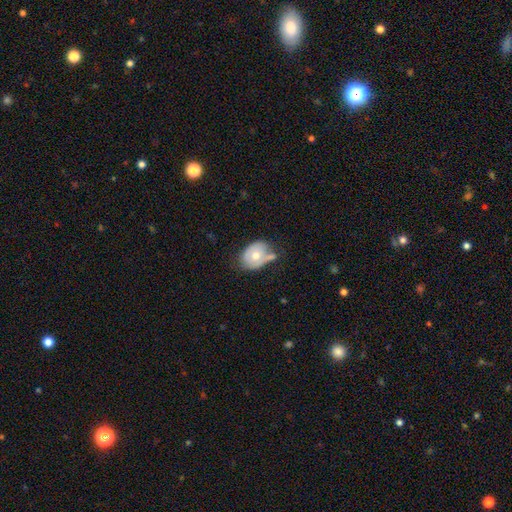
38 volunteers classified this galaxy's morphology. Smooth or featured? smooth (50%)
How rounded? in between (53%)
Merging? minor disturbance (40%)